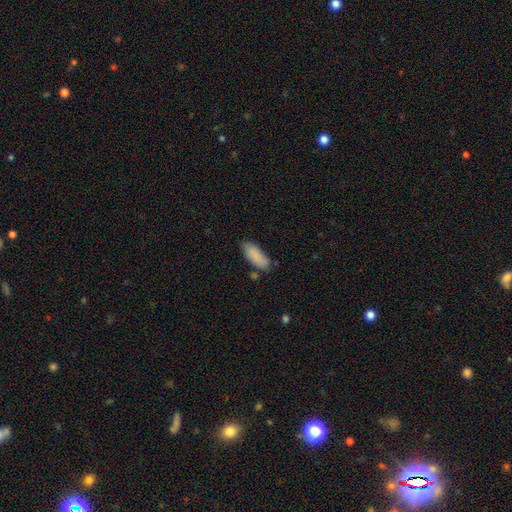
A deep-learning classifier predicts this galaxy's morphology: A smooth galaxy with no disk features (87%) that is in between round and cigar-shaped (76%). Merging: none (75%).